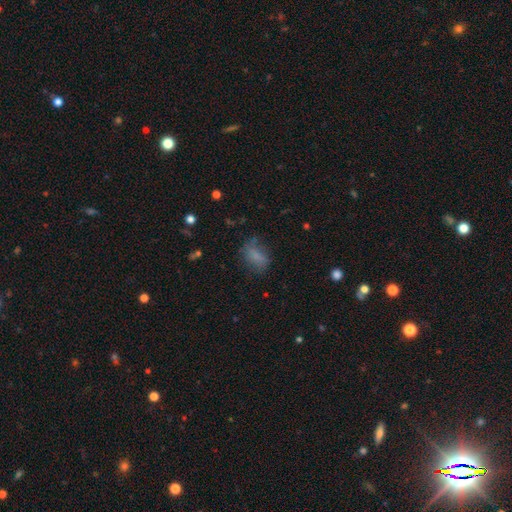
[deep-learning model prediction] This appears to be a smooth galaxy with no disk features (72%) that is in between round and cigar-shaped (83%). Merging: none (59%).